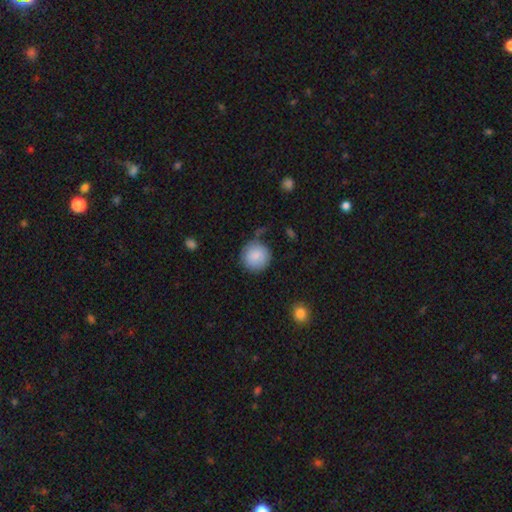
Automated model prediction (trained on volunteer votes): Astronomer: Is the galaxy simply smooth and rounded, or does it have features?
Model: smooth — 86%.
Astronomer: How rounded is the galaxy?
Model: round — 93%.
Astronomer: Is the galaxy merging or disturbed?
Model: none — 73%.